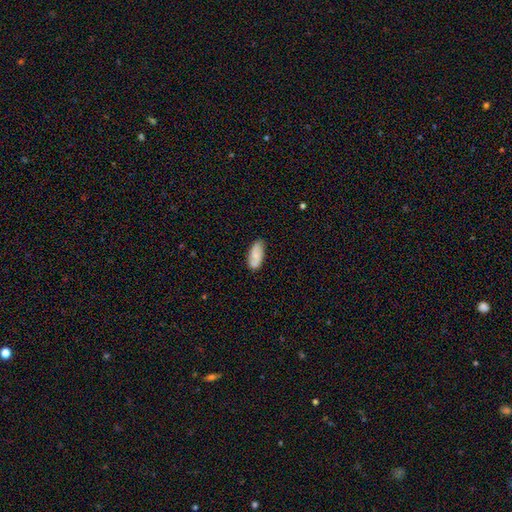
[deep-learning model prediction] Morphology: type=smooth (75%); roundness=in between (88%); merging=none (82%).